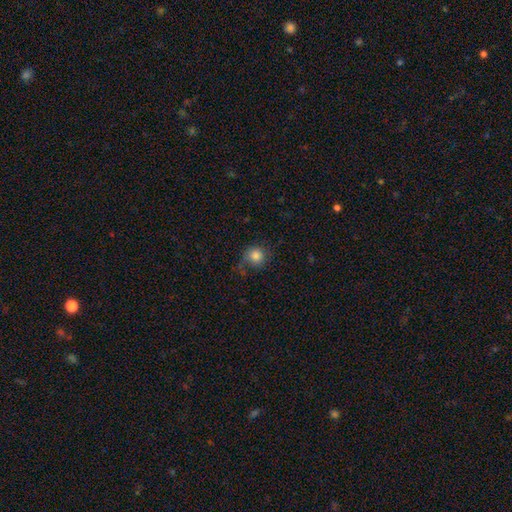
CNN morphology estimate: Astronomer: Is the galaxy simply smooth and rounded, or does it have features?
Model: smooth — 82%.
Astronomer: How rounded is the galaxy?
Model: round — 88%.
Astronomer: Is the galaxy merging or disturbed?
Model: none — 67%.